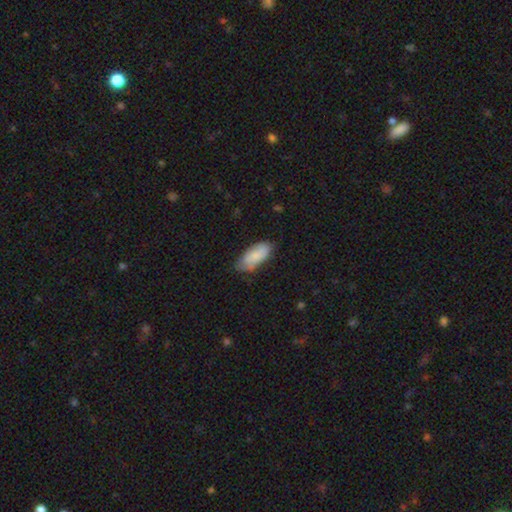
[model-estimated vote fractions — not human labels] The model was most divided on "merging": none: 63%, minor disturbance: 29%, major disturbance: 6%, merger: 2%. More confident: how rounded — in between (88%); smooth or featured — smooth (81%).